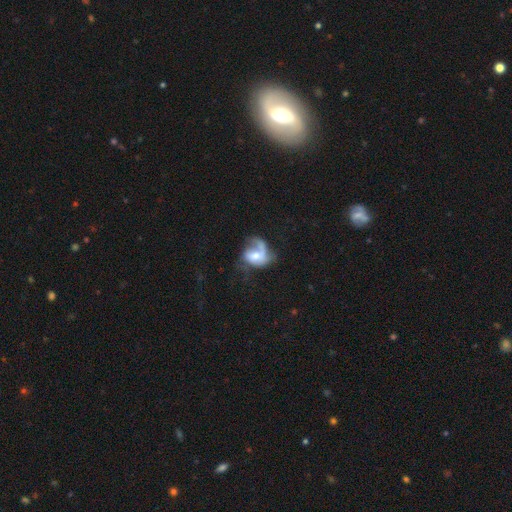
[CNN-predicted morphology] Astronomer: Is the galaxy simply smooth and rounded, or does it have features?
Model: featured or disk — 54% (runner-up: smooth, 37%).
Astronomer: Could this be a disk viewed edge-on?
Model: no — 97%.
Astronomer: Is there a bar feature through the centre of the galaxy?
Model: no — 66%.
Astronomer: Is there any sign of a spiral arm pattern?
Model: yes — 61% (runner-up: no, 39%).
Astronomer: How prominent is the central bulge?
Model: moderate — 57%.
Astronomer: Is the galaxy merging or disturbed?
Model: major disturbance — 42% (runner-up: none, 25%).